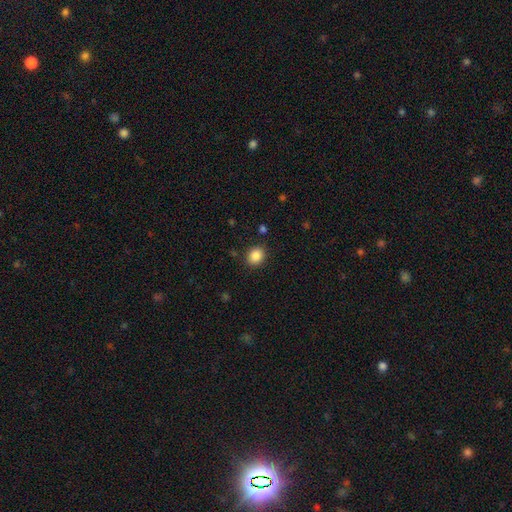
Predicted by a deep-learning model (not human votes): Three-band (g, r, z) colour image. It shows a smooth galaxy with no disk features (86%) that is round (66%). Merging: none (88%).